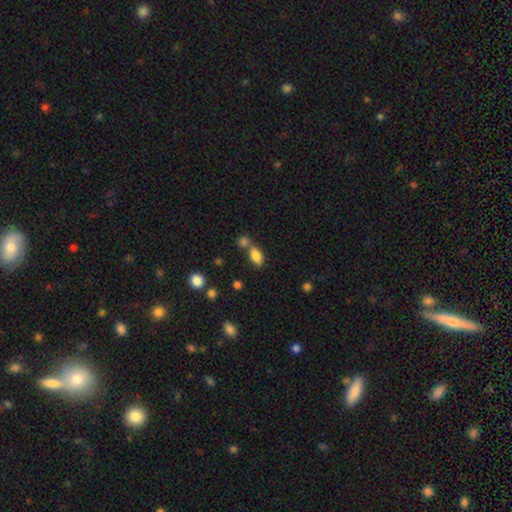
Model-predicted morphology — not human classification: type=smooth (82%); roundness=in between (88%); merging=none (48%).